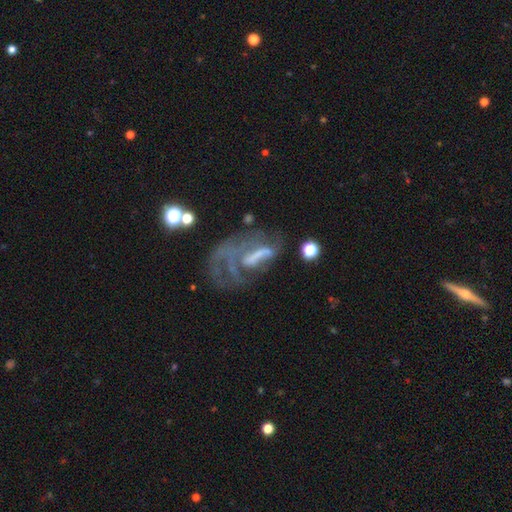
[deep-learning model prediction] The model was most divided on "spiral arms": no: 53%, yes: 47%. Remaining: edge-on disk — no (91%); smooth or featured — featured or disk (65%); bulge size — none (53%); merging — major disturbance (48%); bar — no (45%).